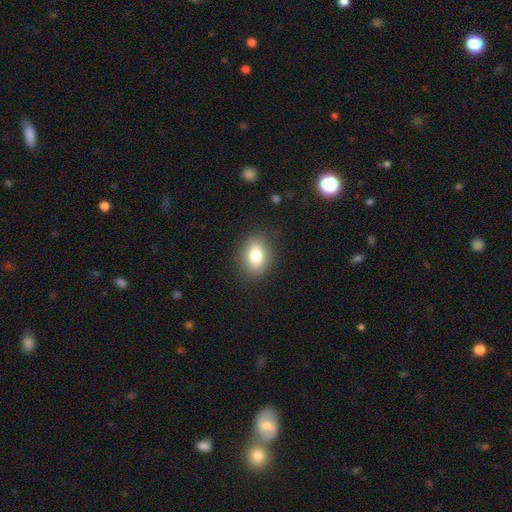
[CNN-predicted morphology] This appears to be a smooth galaxy with no disk features (76%) that is in between round and cigar-shaped (69%). Merging: none (87%).